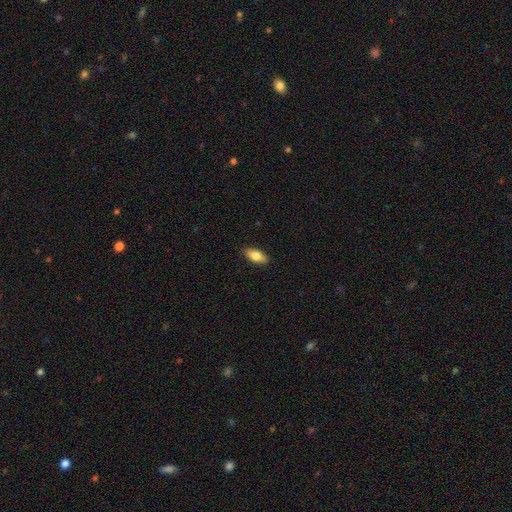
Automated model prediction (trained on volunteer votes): smooth 78%, featured or disk 15%, star or artifact 7%. Down the decision tree: how rounded — in between (84%); merging — none (88%).